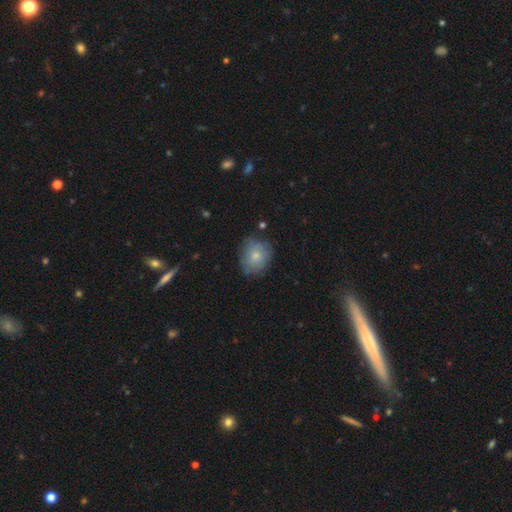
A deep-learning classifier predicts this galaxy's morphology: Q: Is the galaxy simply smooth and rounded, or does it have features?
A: smooth — 72%.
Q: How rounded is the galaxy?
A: round — 70%.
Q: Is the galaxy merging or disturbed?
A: none — 73%.